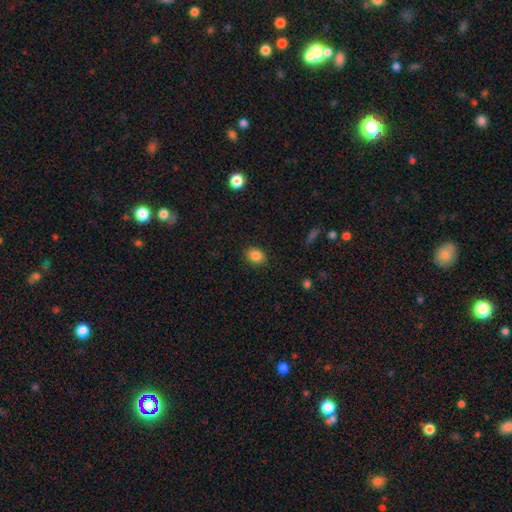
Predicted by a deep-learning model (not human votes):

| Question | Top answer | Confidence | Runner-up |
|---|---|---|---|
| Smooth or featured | smooth | 85% | star or artifact (10%) |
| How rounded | in between | 53% | round (46%) |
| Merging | none | 89% | minor disturbance (8%) |